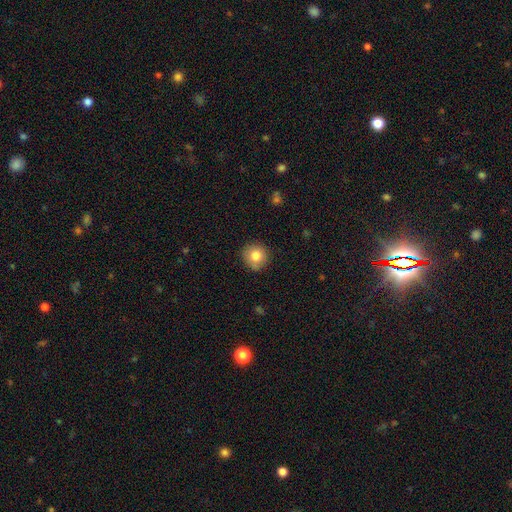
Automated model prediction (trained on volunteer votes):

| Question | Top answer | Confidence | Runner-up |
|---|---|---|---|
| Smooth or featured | smooth | 81% | star or artifact (10%) |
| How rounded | round | 93% | in between (6%) |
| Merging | none | 86% | minor disturbance (10%) |